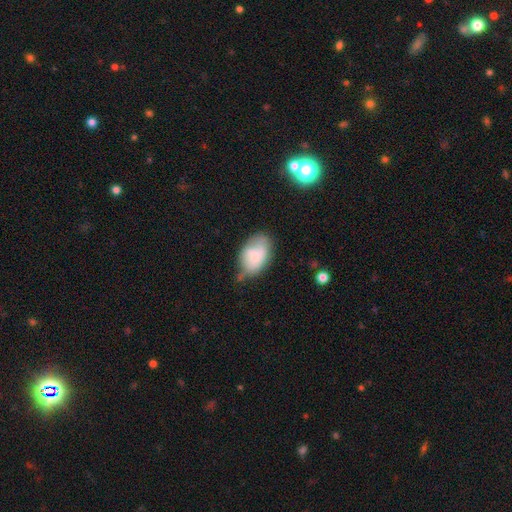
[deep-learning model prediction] This is likely a smooth galaxy (73%). How rounded: clearly in between (87%). Merging: marginally none (40%).